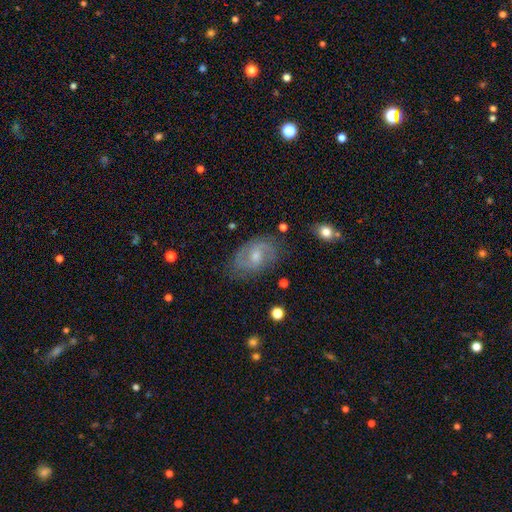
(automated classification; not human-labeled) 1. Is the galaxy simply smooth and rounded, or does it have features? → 74% featured or disk, 18% smooth, 8% star or artifact.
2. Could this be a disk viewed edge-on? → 96% no, 4% yes.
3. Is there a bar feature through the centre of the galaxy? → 52% weak, 40% no, 8% strong.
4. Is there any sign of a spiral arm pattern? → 91% yes, 9% no.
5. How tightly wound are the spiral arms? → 50% medium, 29% tight, 21% loose.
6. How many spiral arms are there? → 80% 2, 12% can't tell, 3% 3, 3% 1, 1% 4, 1% more than 4.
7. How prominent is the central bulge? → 51% moderate, 41% small, 4% none, 3% large, 1% dominant.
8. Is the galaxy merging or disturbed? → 74% none, 17% minor disturbance, 6% major disturbance, 2% merger.